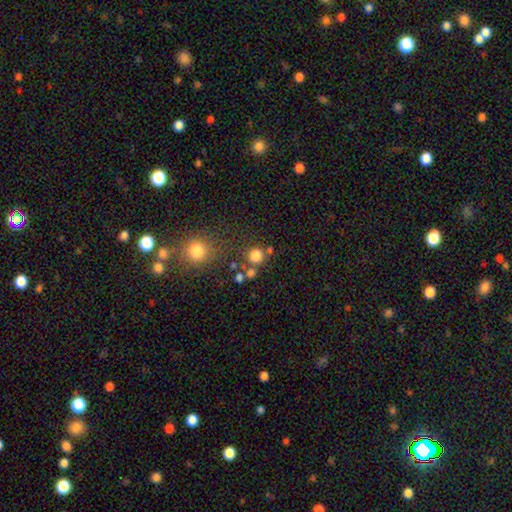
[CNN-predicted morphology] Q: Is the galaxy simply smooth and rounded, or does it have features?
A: smooth — 80%.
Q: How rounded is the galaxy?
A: round — 91%.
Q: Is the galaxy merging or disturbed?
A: none — 70%.